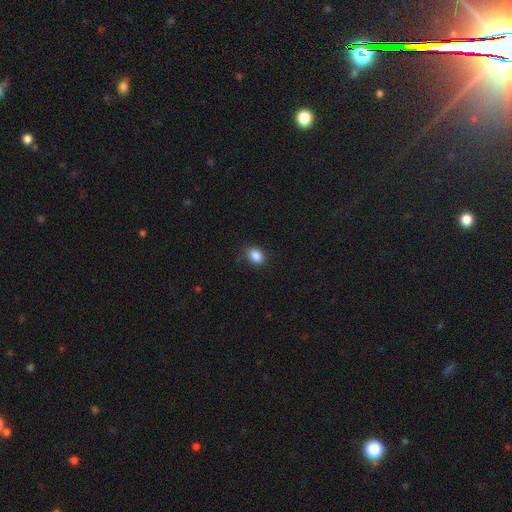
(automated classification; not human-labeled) Morphology: type=smooth (87%); roundness=in between (60%); merging=none (81%).